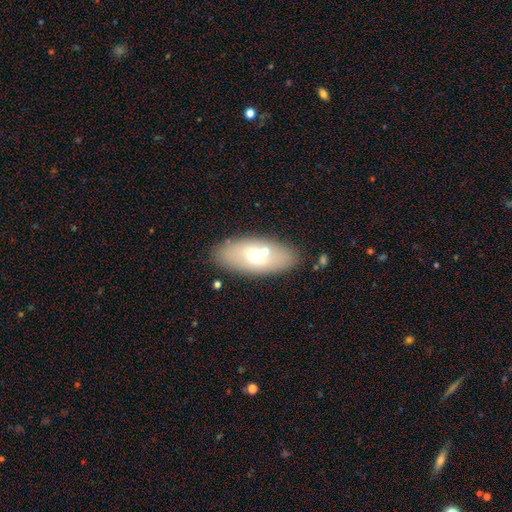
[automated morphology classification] The model was most divided on "smooth or featured": smooth: 60%, featured or disk: 31%, star or artifact: 9%. More confident: how rounded — in between (89%); merging — none (78%).